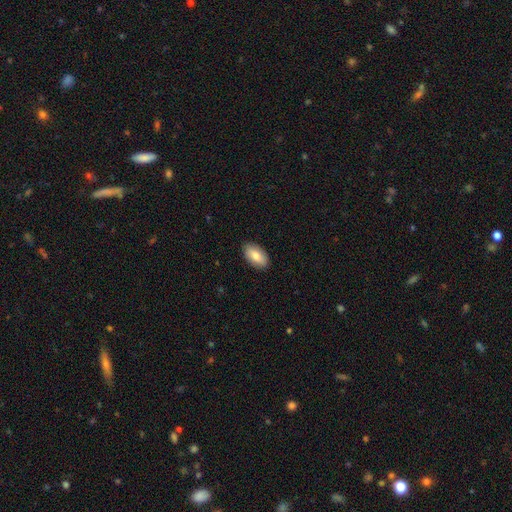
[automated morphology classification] smooth_or_featured: smooth (p=0.80) [alt: featured or disk p=0.14]
how_rounded: in between (p=0.94) [alt: round p=0.03]
merging: none (p=0.89) [alt: minor disturbance p=0.09]